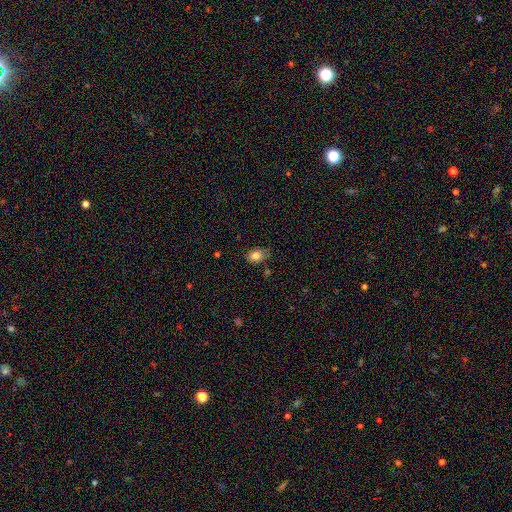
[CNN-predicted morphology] This appears to be a smooth galaxy with no disk features (83%) that is in between round and cigar-shaped (73%). Merging: none (61%).